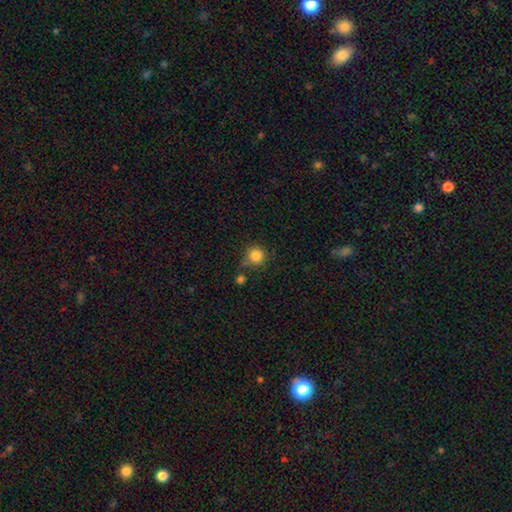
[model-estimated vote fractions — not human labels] This is clearly a smooth galaxy (84%). How rounded: clearly round (94%). Merging: likely none (74%).